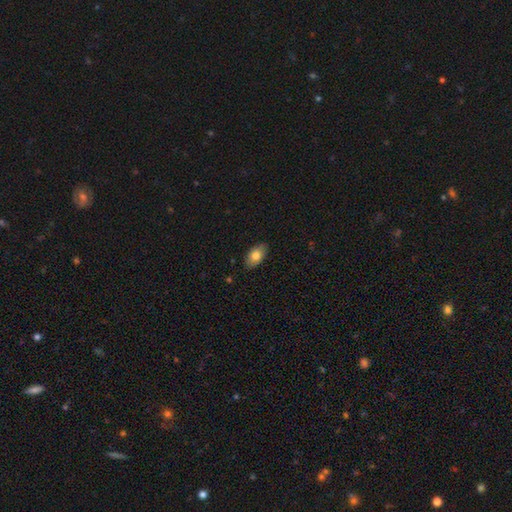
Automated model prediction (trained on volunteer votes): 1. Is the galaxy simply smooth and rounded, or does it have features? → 79% smooth, 14% featured or disk, 7% star or artifact.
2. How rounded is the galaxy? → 92% in between, 5% round, 3% cigar-shaped.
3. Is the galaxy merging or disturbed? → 86% none, 11% minor disturbance, 2% major disturbance, 1% merger.